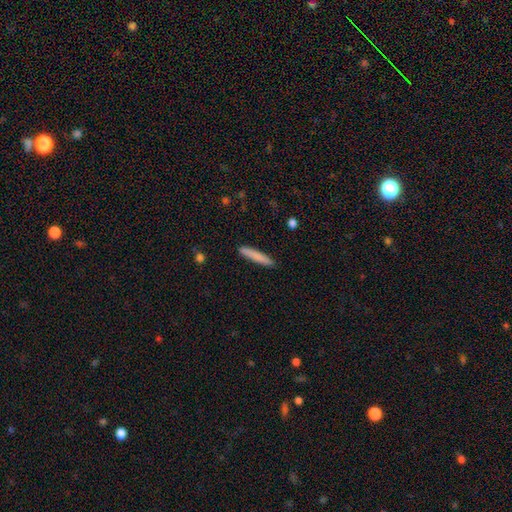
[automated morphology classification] smooth-or-featured: smooth: 82% | featured or disk: 12% | star or artifact: 6%
  how-rounded: cigar-shaped: 94% | in between: 5% | round: 1%
  merging: none: 90% | minor disturbance: 8% | major disturbance: 2% | merger: 1%